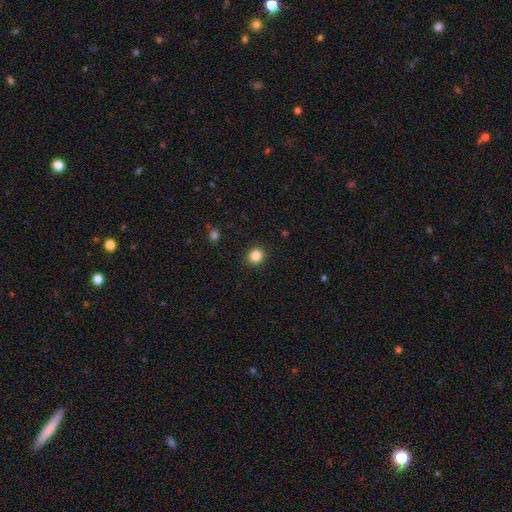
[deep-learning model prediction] smooth-or-featured: smooth: 85% | star or artifact: 11% | featured or disk: 4%
  how-rounded: round: 89% | in between: 11% | cigar-shaped: 1%
  merging: none: 92% | minor disturbance: 5% | major disturbance: 2% | merger: 1%